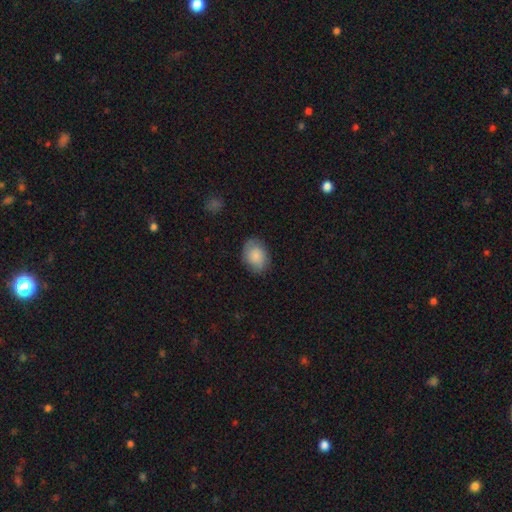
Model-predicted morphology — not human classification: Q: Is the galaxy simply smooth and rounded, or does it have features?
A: smooth — 81%.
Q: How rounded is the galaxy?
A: in between — 68%.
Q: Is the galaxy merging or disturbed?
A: none — 79%.